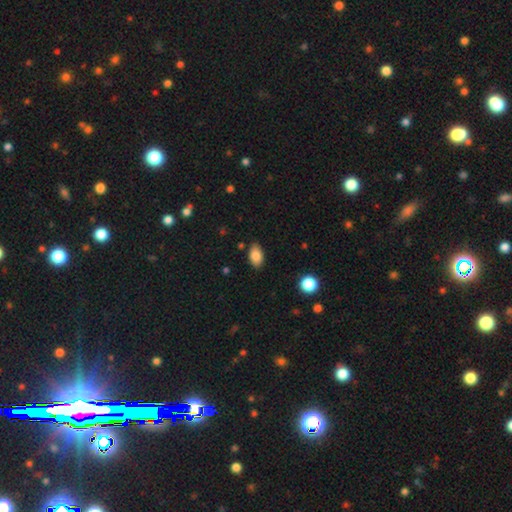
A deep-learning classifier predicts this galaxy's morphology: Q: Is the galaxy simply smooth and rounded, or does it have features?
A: smooth — 85%.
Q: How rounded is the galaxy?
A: in between — 92%.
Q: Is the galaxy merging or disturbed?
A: none — 86%.